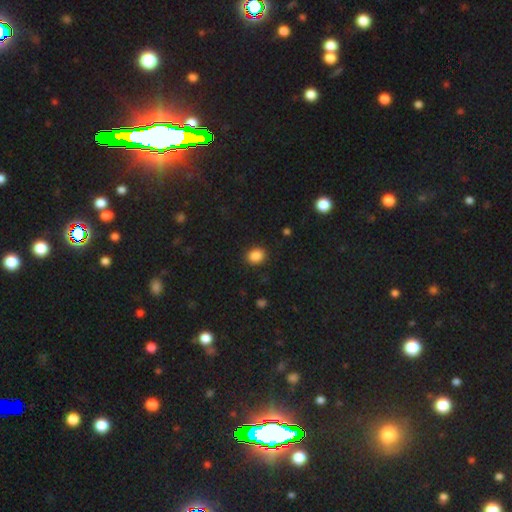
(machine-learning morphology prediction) Smooth or featured: smooth — 87% (star or artifact — 10%)
How rounded: round — 59% (in between — 40%)
Merging: none — 89% (minor disturbance — 7%)